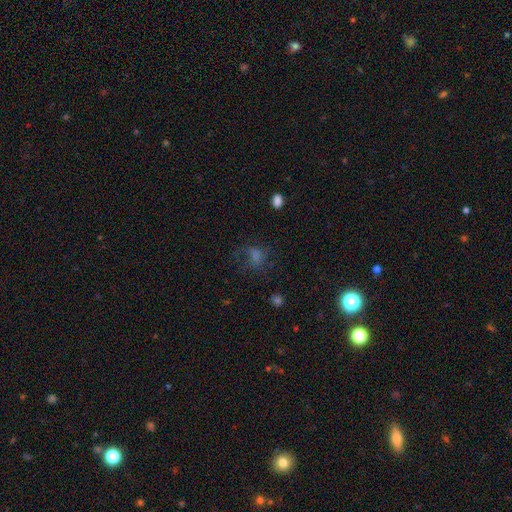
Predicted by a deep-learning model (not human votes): The model was most divided on "smooth or featured": smooth: 44%, star or artifact: 33%, featured or disk: 23%. More confident: merging — none (55%).